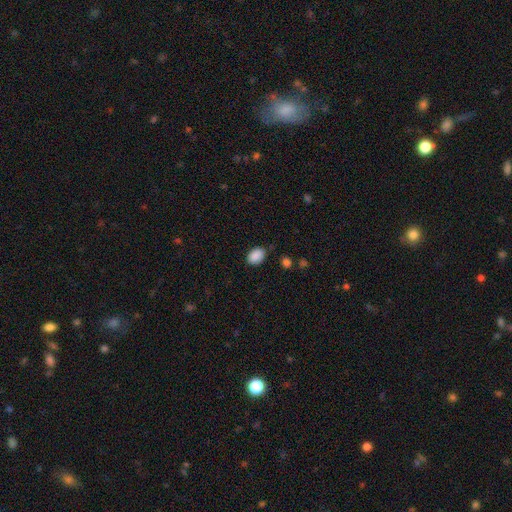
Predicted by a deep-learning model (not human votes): A smooth galaxy with no disk features (89%) that is in between round and cigar-shaped (77%). Merging: none (82%).